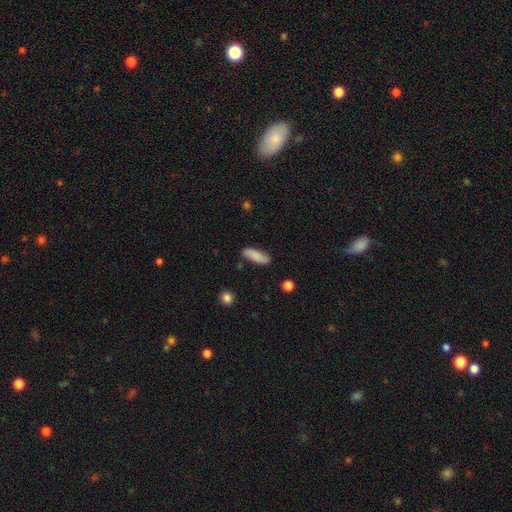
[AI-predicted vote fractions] A smooth galaxy with no disk features (84%) that is in between round and cigar-shaped (64%).

Vote fractions:
- Smooth or featured? smooth: 84% / featured or disk: 10% / star or artifact: 6%
- How rounded? in between: 64% / cigar-shaped: 34% / round: 2%
- Merging? none: 82% / minor disturbance: 13% / major disturbance: 3% / merger: 2%